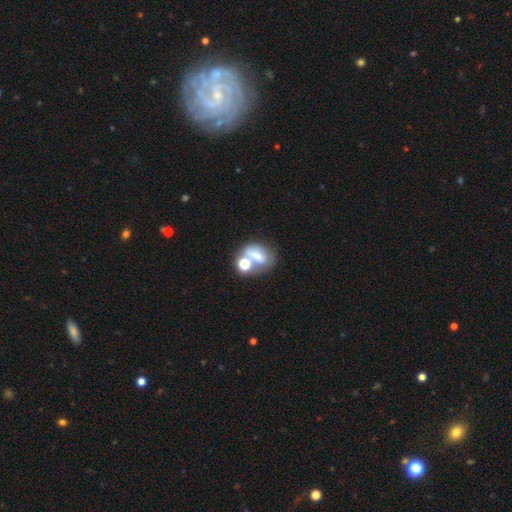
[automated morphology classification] This appears to be a smooth galaxy with no disk features (54%) that is in between round and cigar-shaped (55%). Merging: merger (47%).